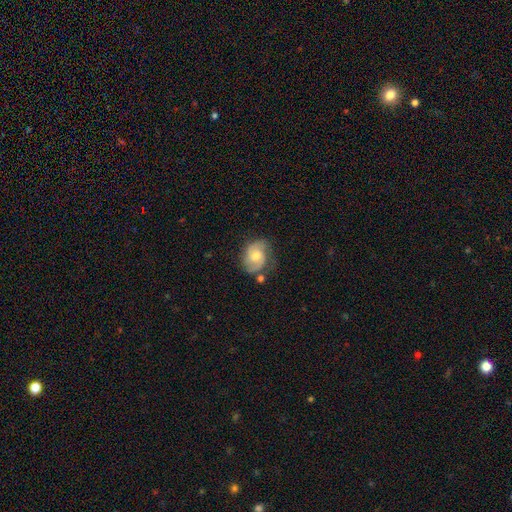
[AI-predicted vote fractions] A featured or disk galaxy (73%) with no bar (59%), 2 (86%) medium (50%) spiral arms (94%) and a moderate central bulge (61%). Merging: none (66%).